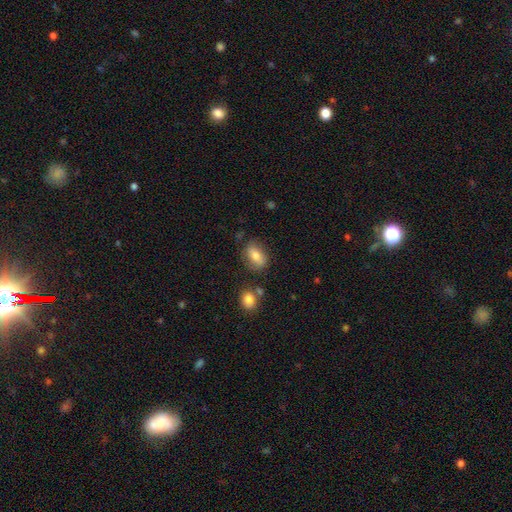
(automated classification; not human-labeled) Smooth or featured? Predicted: smooth (p=0.75). How rounded? Predicted: in between (p=0.81). Merging? Predicted: none (p=0.73).